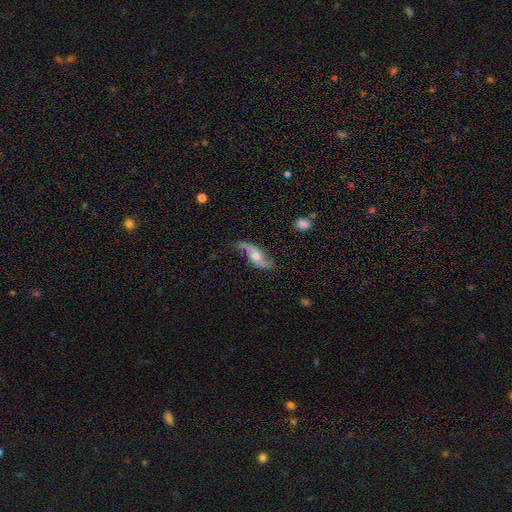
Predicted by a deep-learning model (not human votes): This appears to be a featured or disk galaxy (79%) with no bar (60%), 2 (91%) loose (85%) spiral arms (93%) and a moderate central bulge (65%). Merging: none (70%).